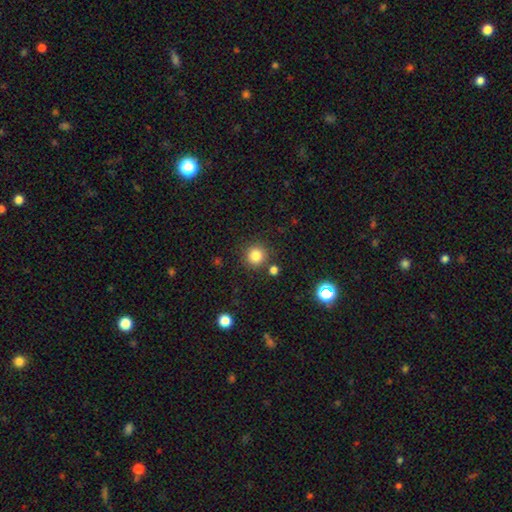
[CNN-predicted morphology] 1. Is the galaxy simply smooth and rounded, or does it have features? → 83% smooth, 12% star or artifact, 5% featured or disk.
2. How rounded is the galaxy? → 94% round, 5% in between, 1% cigar-shaped.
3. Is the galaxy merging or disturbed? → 85% none, 7% minor disturbance, 5% merger, 3% major disturbance.